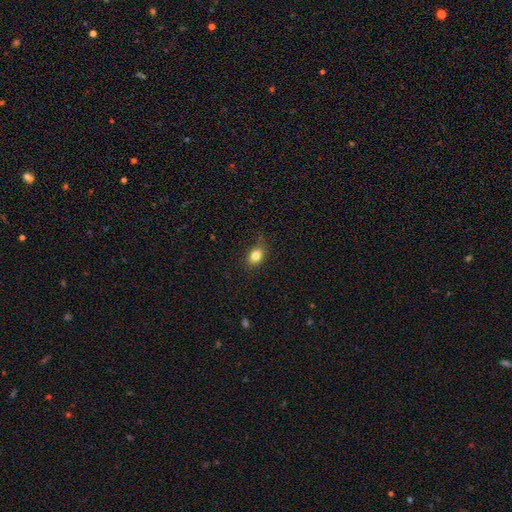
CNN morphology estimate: The model was most divided on "how rounded": in between: 65%, round: 34%, cigar-shaped: 1%. More confident: smooth or featured — smooth (83%); merging — none (79%).